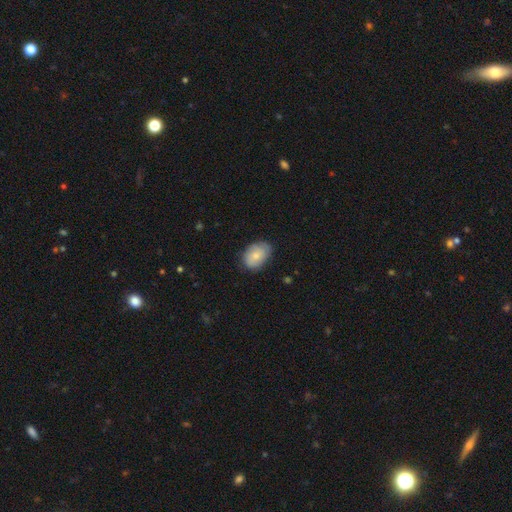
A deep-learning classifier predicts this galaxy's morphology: Overall: smooth (74%). How rounded: in between (81%). Merging: none (72%).